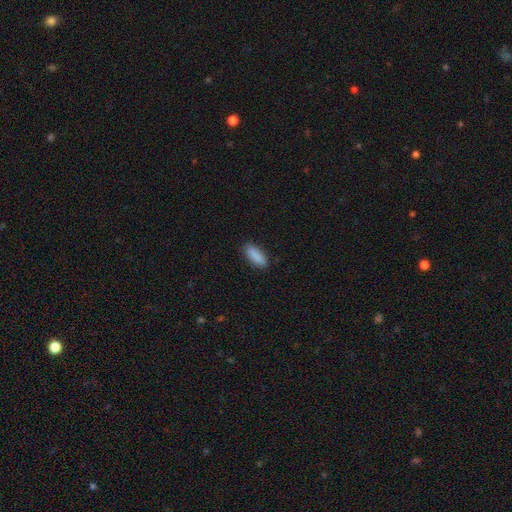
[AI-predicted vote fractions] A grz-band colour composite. It shows a smooth galaxy with no disk features (89%) that is in between round and cigar-shaped (65%). Merging: none (87%).